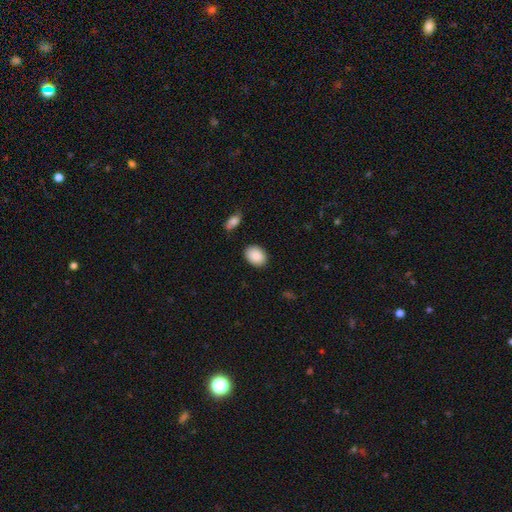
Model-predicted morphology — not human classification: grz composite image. It shows a smooth galaxy with no disk features (90%) that is in between round and cigar-shaped (70%). Merging: none (86%).